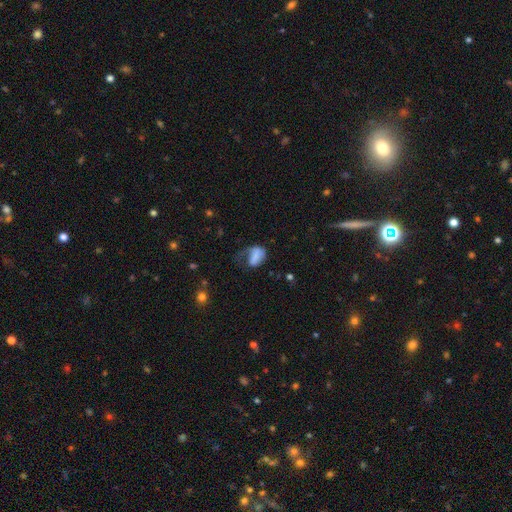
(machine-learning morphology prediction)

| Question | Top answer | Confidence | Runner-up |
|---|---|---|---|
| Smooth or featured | smooth | 67% | featured or disk (23%) |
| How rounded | in between | 83% | round (15%) |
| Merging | major disturbance | 51% | minor disturbance (23%) |